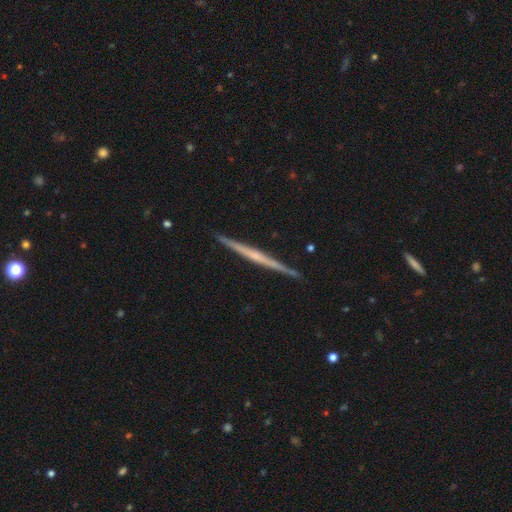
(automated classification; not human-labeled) Smooth or featured? Predicted: featured or disk (p=0.77). Edge-on disk? Predicted: yes (p=0.99). Edge-on bulge? Predicted: none (p=0.53). Merging? Predicted: none (p=0.92).